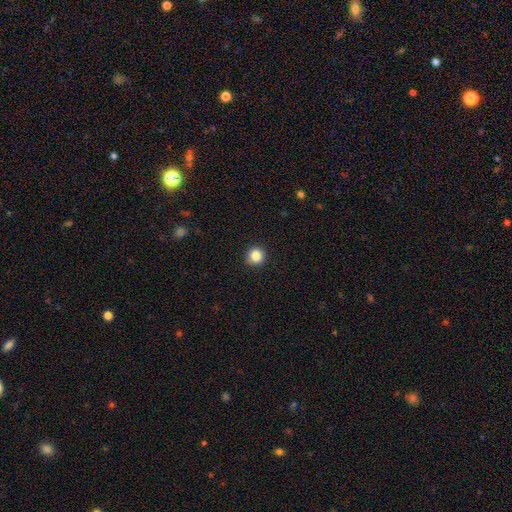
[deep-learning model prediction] A smooth galaxy with no disk features (85%) that is round (94%).

Vote fractions:
- Smooth or featured? smooth: 85% / star or artifact: 11% / featured or disk: 4%
- How rounded? round: 94% / in between: 5% / cigar-shaped: 1%
- Merging? none: 90% / minor disturbance: 7% / major disturbance: 2% / merger: 1%